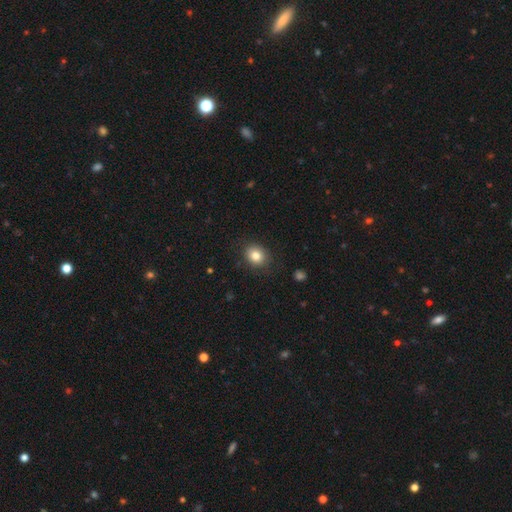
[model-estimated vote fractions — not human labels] smooth 82%, star or artifact 10%, featured or disk 8%. Down the decision tree: how rounded — round (62%); merging — none (86%).